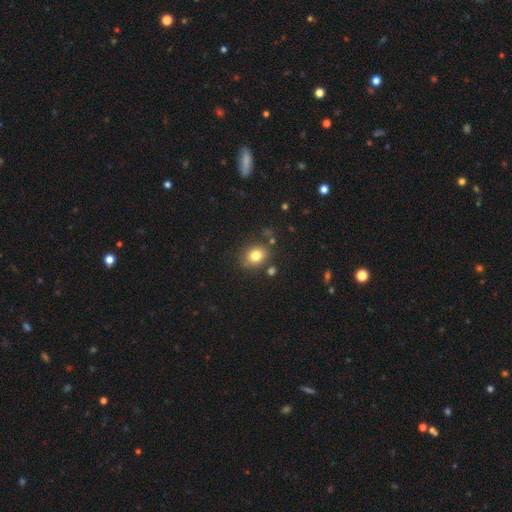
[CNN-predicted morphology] A smooth galaxy with no disk features (80%) that is round (56%).

Vote fractions:
- Smooth or featured? smooth: 80% / star or artifact: 11% / featured or disk: 9%
- How rounded? round: 56% / in between: 43% / cigar-shaped: 1%
- Merging? none: 79% / minor disturbance: 12% / merger: 6% / major disturbance: 4%